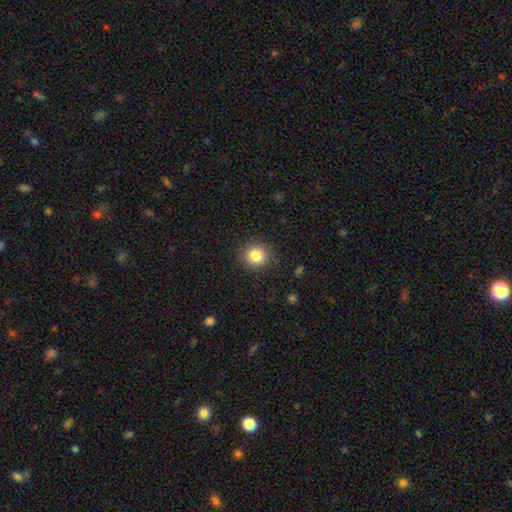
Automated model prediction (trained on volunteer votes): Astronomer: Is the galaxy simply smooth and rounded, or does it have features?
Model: smooth — 83%.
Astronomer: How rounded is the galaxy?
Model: round — 88%.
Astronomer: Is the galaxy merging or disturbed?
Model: none — 87%.